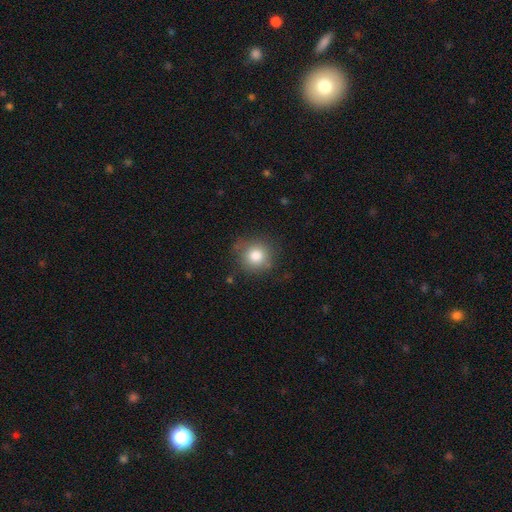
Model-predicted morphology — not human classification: The model was most divided on "merging": none: 80%, minor disturbance: 14%, major disturbance: 4%, merger: 2%. More confident: how rounded — round (90%); smooth or featured — smooth (82%).